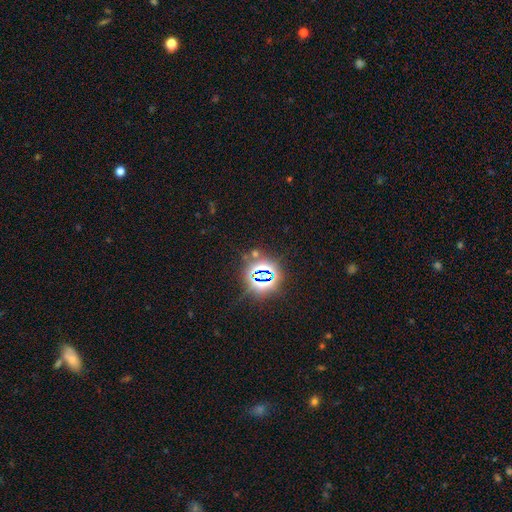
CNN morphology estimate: smooth-or-featured: star or artifact: 79% | smooth: 12% | featured or disk: 9%